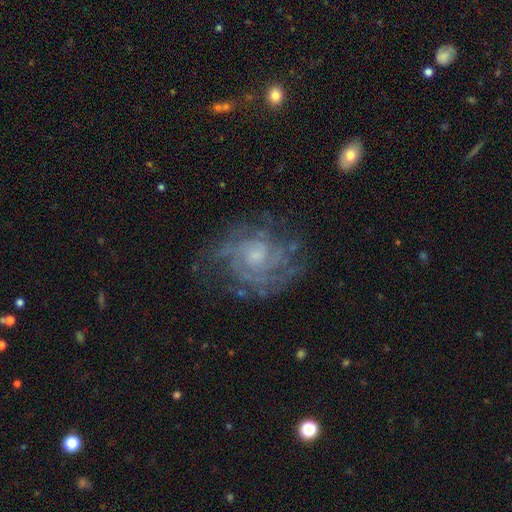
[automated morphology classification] Smooth or featured?
  - featured or disk: 84% *
  - star or artifact: 8%
  - smooth: 8%
Edge-on disk?
  - no: 98% *
  - yes: 2%
Bar?
  - no: 66% *
  - weak: 29%
  - strong: 5%
Spiral arms?
  - yes: 95% *
  - no: 5%
Spiral winding?
  - tight: 60% *
  - medium: 33%
  - loose: 8%
Spiral arm count?
  - can't tell: 31% *
  - 2: 21%
  - 3: 21%
  - 4: 13%
  - more than 4: 7%
  - 1: 6%
Bulge size?
  - small: 56% *
  - moderate: 31%
  - none: 10%
  - large: 3%
  - dominant: 1%
Merging?
  - none: 71% *
  - minor disturbance: 17%
  - major disturbance: 10%
  - merger: 1%